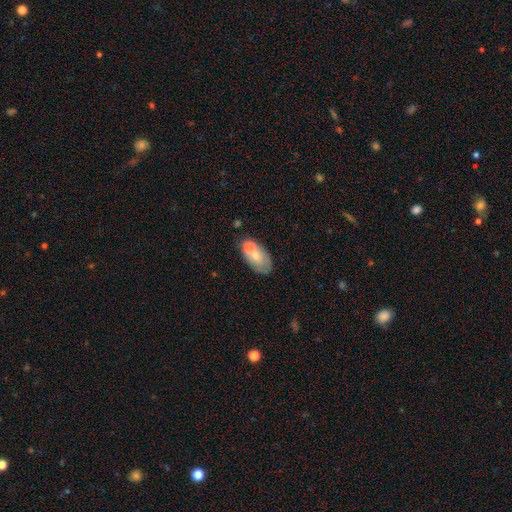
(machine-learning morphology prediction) smooth_or_featured: smooth (p=0.63) [alt: featured or disk p=0.29]
how_rounded: in between (p=0.90) [alt: round p=0.07]
merging: none (p=0.46) [alt: merger p=0.29]